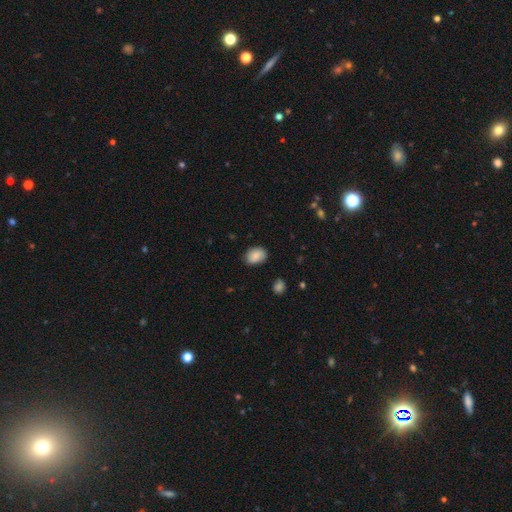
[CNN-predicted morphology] Smooth or featured: smooth — 86% (star or artifact — 7%)
How rounded: in between — 74% (round — 25%)
Merging: none — 80% (minor disturbance — 16%)